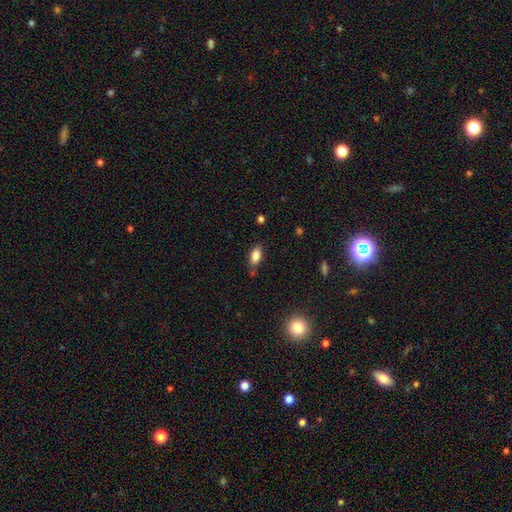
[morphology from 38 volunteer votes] smooth 87%, featured or disk 11%, star or artifact 3%. Down the decision tree: how rounded — in between (79%); merging — none (65%).